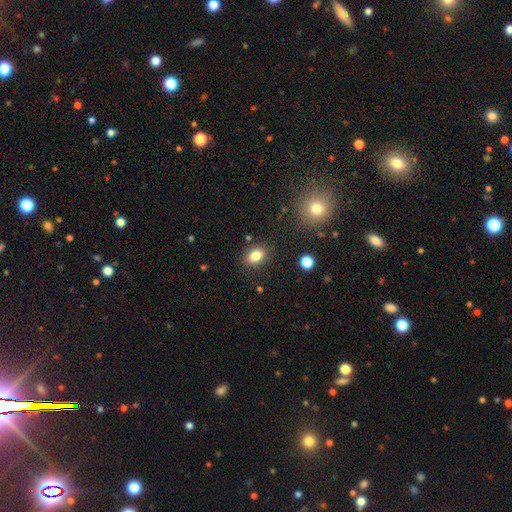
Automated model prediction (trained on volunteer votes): This appears to be a smooth galaxy with no disk features (82%) that is in between round and cigar-shaped (76%). Merging: none (84%).